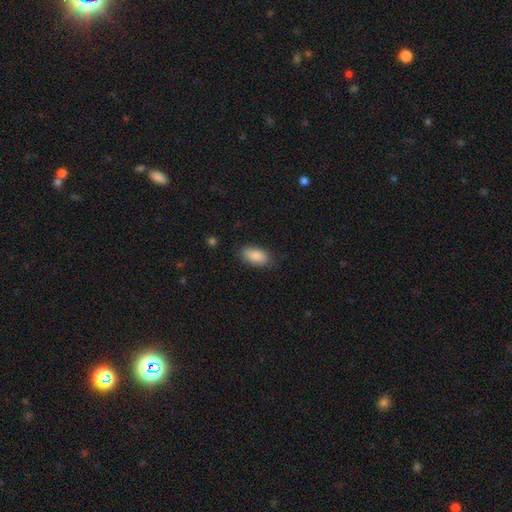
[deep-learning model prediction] The model was most divided on "merging": none: 81%, minor disturbance: 15%, major disturbance: 3%, merger: 1%. More confident: how rounded — in between (92%); smooth or featured — smooth (88%).